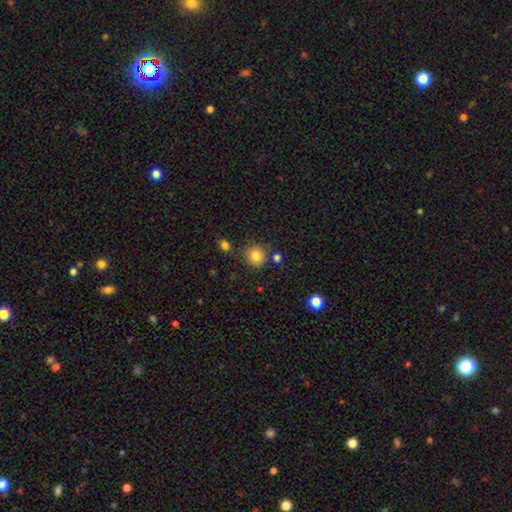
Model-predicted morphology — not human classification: A smooth galaxy with no disk features (82%) that is round (90%). Merging: none (79%).